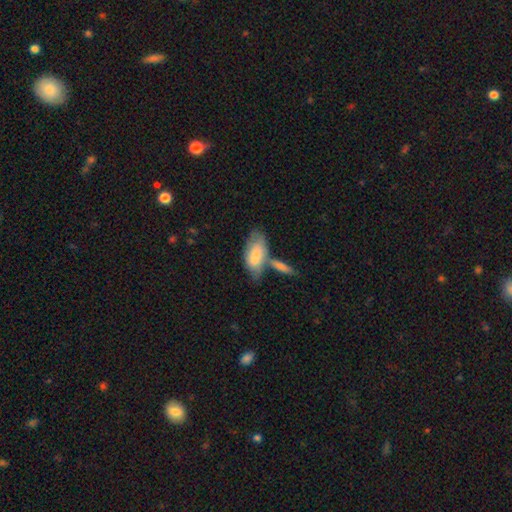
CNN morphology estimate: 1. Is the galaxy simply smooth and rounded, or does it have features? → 70% smooth, 25% featured or disk, 5% star or artifact.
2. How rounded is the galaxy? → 90% in between, 7% cigar-shaped, 3% round.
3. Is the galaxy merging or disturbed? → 43% merger, 33% none, 17% minor disturbance, 7% major disturbance.